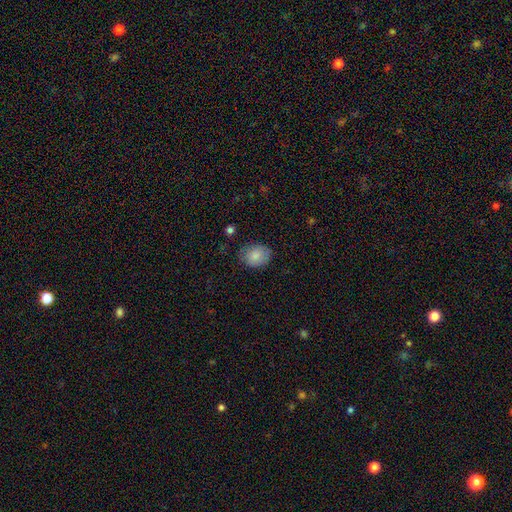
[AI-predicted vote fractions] smooth-or-featured: smooth: 82% | featured or disk: 10% | star or artifact: 7%
  how-rounded: in between: 54% | round: 45% | cigar-shaped: 1%
  merging: none: 75% | minor disturbance: 19% | major disturbance: 4% | merger: 1%